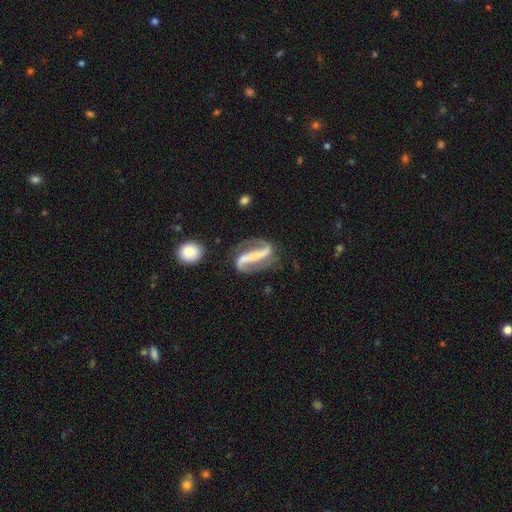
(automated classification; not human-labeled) This appears to be a featured or disk galaxy (88%) with a strong bar (72%), 2 (93%) loose (45%) spiral arms (96%) and a small central bulge (49%). Merging: none (72%).